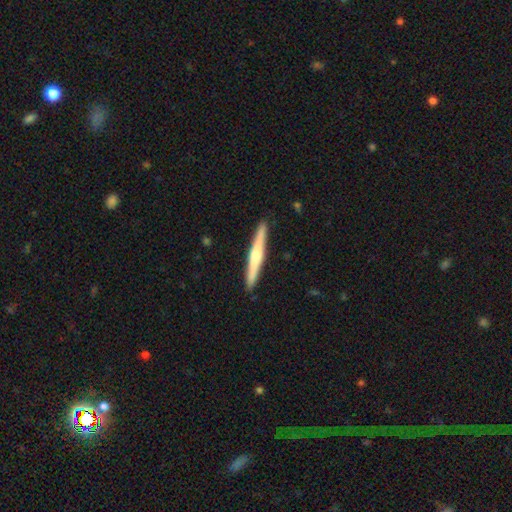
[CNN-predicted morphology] This is possibly a featured or disk galaxy (56%). It is clearly viewed edge-on (97%). Edge-on bulge: likely rounded (73%). Merging: clearly none (92%).